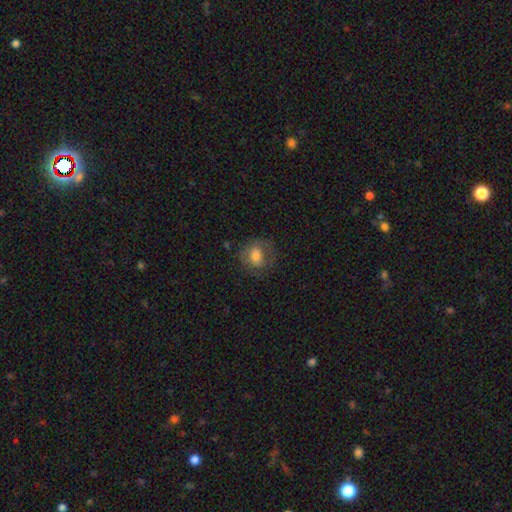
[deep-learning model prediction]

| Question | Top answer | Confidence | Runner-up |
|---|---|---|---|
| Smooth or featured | smooth | 67% | featured or disk (24%) |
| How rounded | round | 69% | in between (30%) |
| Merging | none | 66% | minor disturbance (20%) |